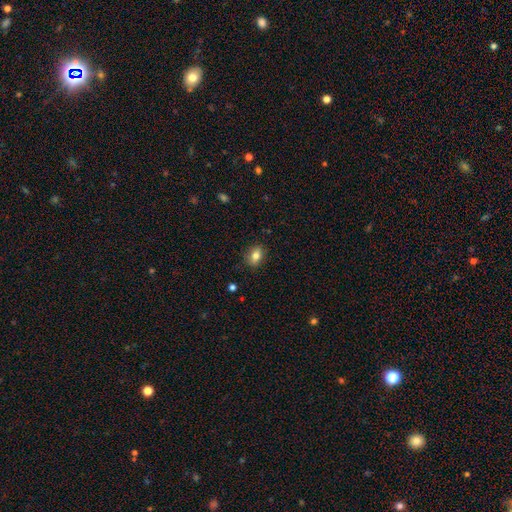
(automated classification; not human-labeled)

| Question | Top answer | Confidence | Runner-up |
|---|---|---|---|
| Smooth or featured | smooth | 81% | featured or disk (9%) |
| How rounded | in between | 72% | round (26%) |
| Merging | none | 87% | minor disturbance (10%) |